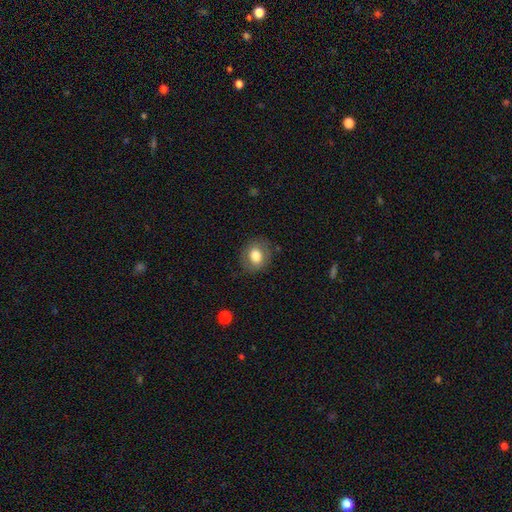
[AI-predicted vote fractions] smooth 77%, featured or disk 14%, star or artifact 9%. Down the decision tree: how rounded — round (57%); merging — none (83%).